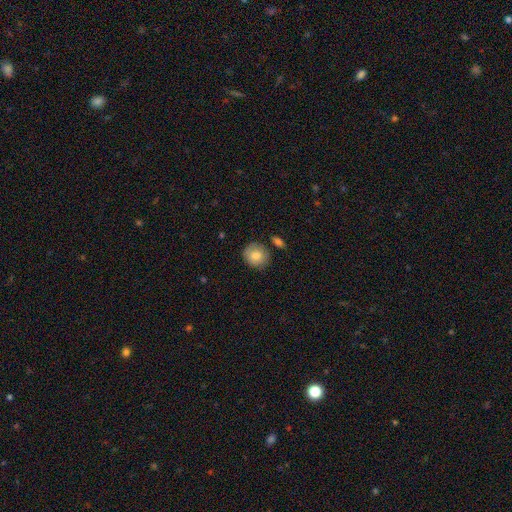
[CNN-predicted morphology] Smooth or featured? Predicted: smooth (p=0.81). How rounded? Predicted: round (p=0.86). Merging? Predicted: none (p=0.78).